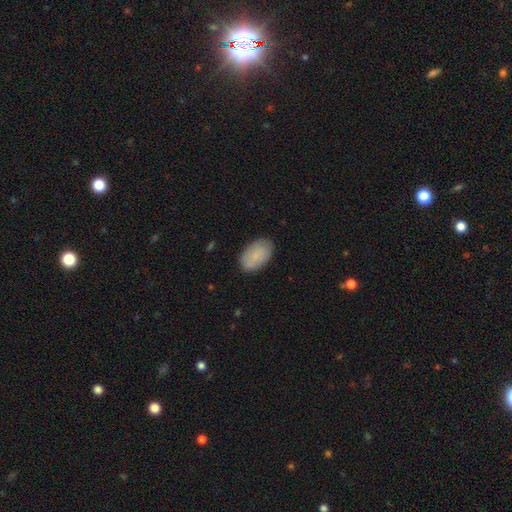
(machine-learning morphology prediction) This is clearly a smooth galaxy (81%). How rounded: clearly in between (93%). Merging: clearly none (84%).